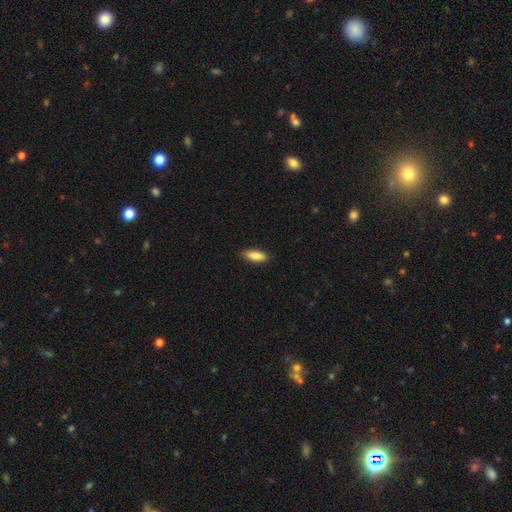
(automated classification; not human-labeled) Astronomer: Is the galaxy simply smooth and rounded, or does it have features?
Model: smooth — 87%.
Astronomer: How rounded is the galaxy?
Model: in between — 61% (runner-up: cigar-shaped, 37%).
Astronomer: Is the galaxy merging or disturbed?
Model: none — 86%.